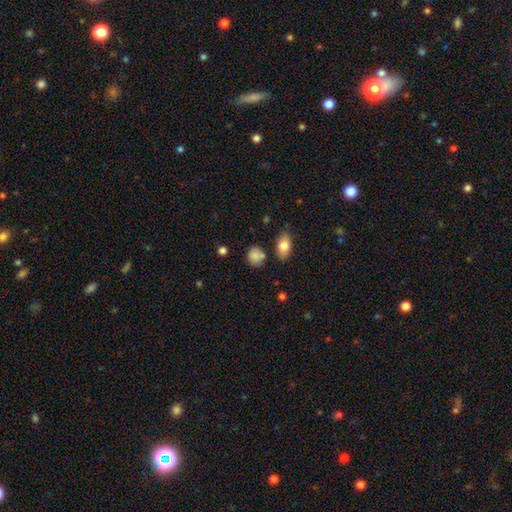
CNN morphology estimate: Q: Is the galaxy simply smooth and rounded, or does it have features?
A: smooth — 83%.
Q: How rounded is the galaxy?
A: round — 65%.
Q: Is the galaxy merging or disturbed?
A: none — 69%.